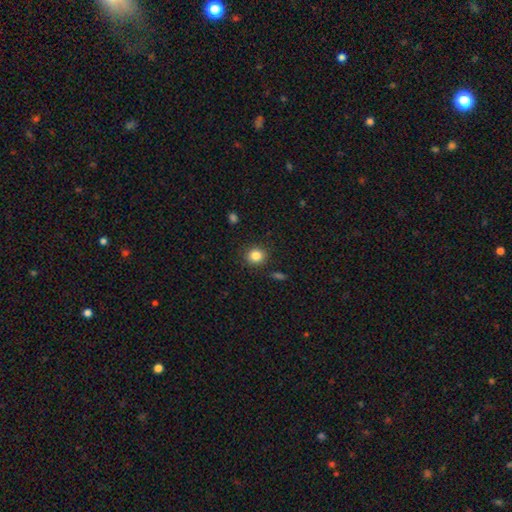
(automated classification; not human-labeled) Overall: smooth (84%). How rounded: round (85%). Merging: none (89%).